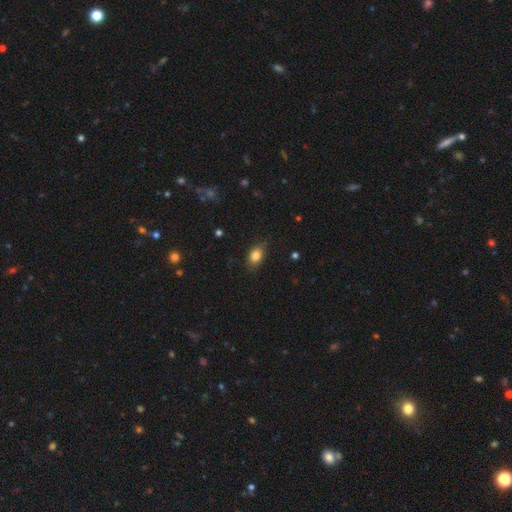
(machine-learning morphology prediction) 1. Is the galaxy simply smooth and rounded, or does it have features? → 84% smooth, 9% star or artifact, 7% featured or disk.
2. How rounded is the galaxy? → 79% in between, 19% round, 2% cigar-shaped.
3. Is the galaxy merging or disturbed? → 80% none, 16% minor disturbance, 3% major disturbance, 1% merger.